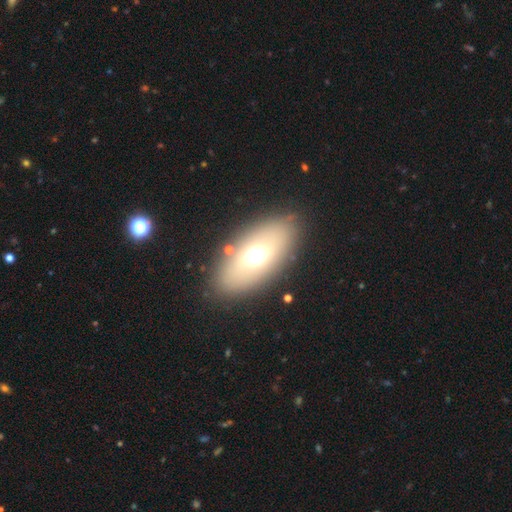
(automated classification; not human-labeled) Smooth or featured? Predicted: smooth (p=0.58). How rounded? Predicted: in between (p=0.84). Merging? Predicted: none (p=0.84).